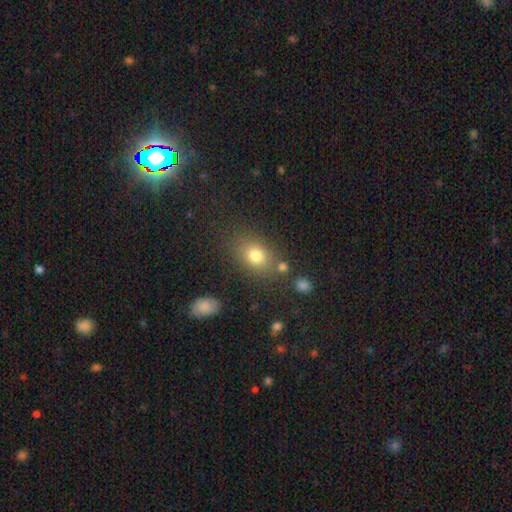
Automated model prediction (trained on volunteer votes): Morphology: type=smooth (76%); roundness=in between (64%); merging=none (74%).